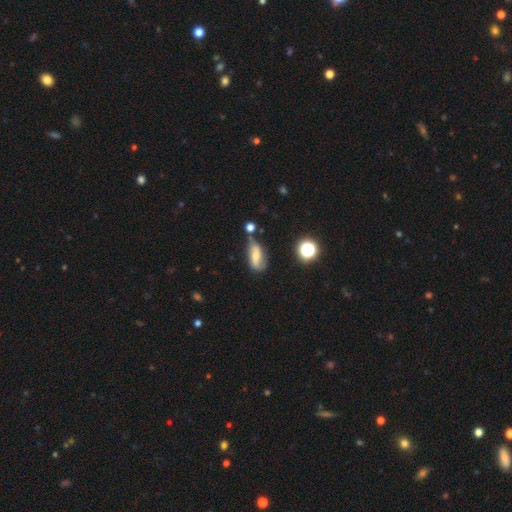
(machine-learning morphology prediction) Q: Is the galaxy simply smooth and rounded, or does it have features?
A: smooth — 47%.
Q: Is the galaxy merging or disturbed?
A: none — 48%.